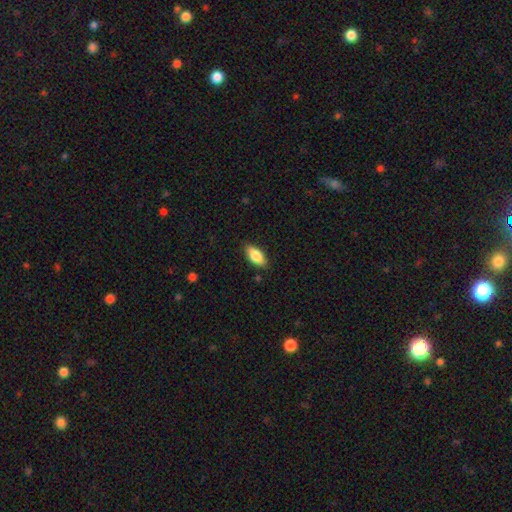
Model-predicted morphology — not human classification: Q: Smooth or featured?
A: smooth (84%); runner-up: featured or disk (10%)
Q: How rounded?
A: in between (89%); runner-up: cigar-shaped (8%)
Q: Merging?
A: none (86%); runner-up: minor disturbance (11%)